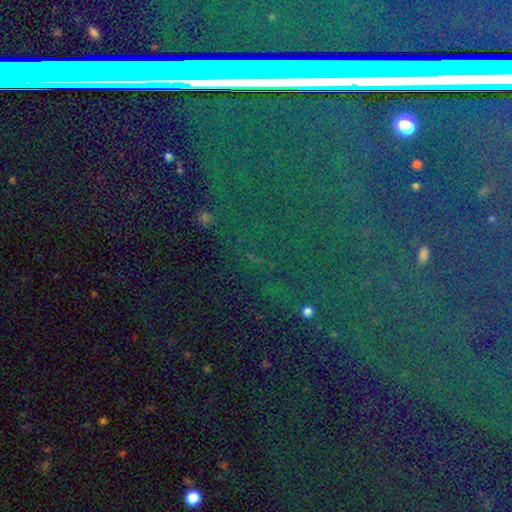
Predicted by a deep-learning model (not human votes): star or artifact 79%, smooth 11%, featured or disk 10%.